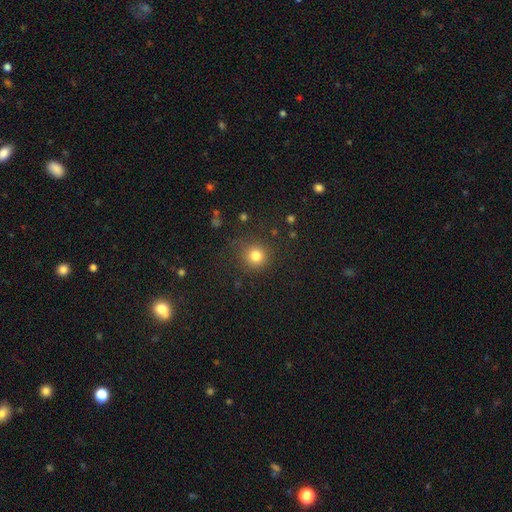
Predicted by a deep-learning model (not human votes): Q: Smooth or featured?
A: smooth (81%); runner-up: star or artifact (13%)
Q: How rounded?
A: round (93%); runner-up: in between (6%)
Q: Merging?
A: none (84%); runner-up: minor disturbance (10%)